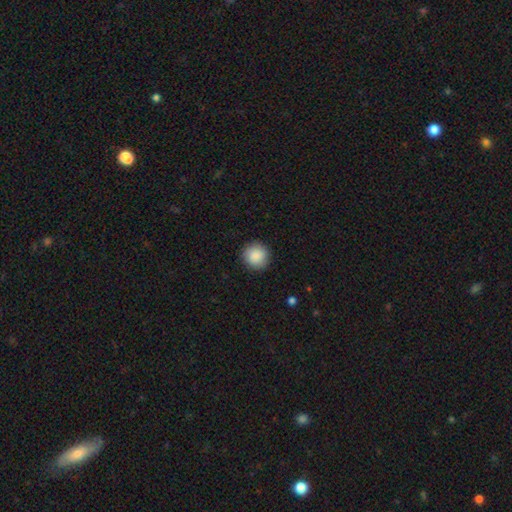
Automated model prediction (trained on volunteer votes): The model was most divided on "smooth or featured": smooth: 89%, star or artifact: 7%, featured or disk: 4%. More confident: how rounded — round (94%); merging — none (90%).